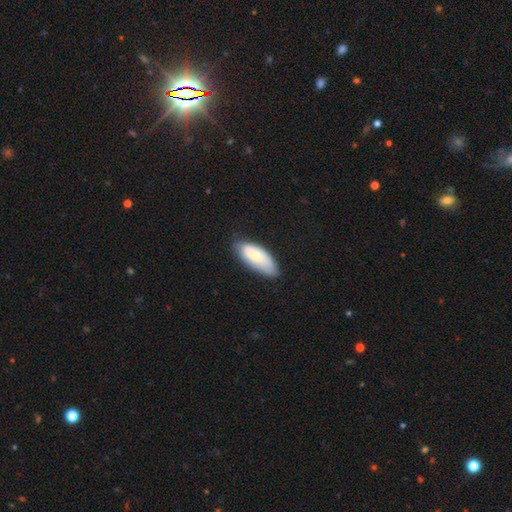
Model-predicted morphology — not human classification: This appears to be a smooth galaxy with no disk features (72%) that is in between round and cigar-shaped (84%). Merging: none (70%).